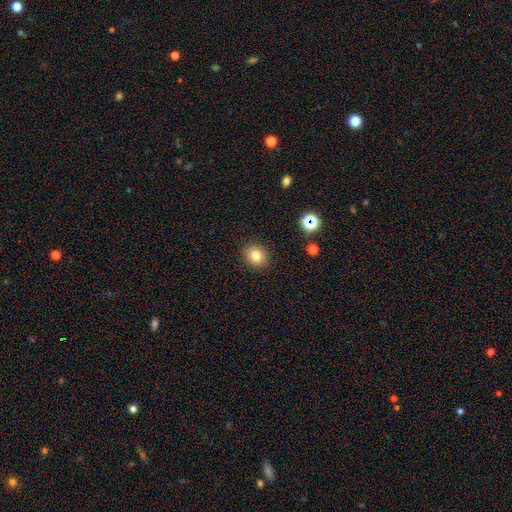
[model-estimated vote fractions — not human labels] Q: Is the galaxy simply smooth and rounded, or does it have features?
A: smooth — 80%.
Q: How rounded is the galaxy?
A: round — 81%.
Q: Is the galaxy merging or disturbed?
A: none — 90%.